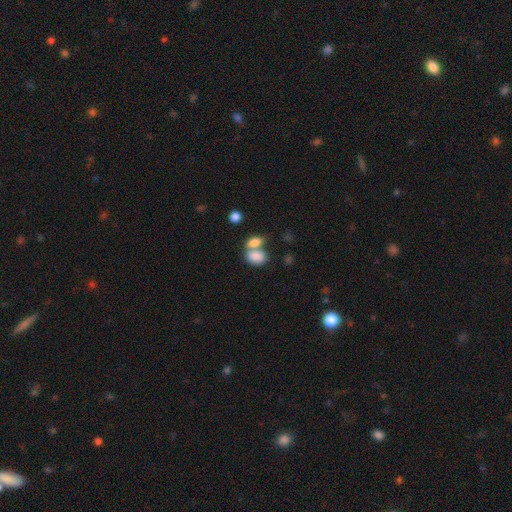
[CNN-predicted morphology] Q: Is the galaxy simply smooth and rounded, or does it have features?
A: smooth — 82%.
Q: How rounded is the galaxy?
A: in between — 79%.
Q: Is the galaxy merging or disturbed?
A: merger — 60%.